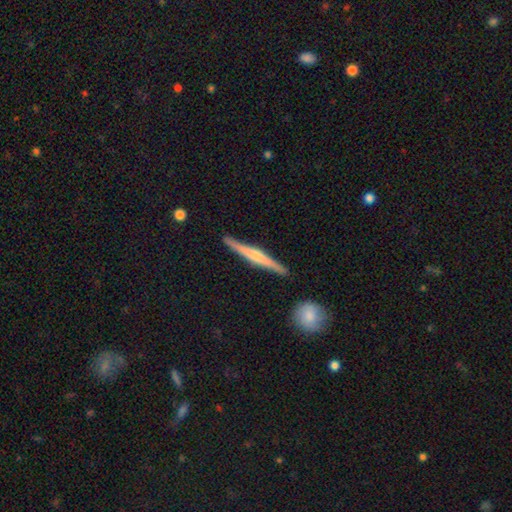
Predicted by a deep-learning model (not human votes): A featured or disk galaxy (62%) viewed edge-on (97%) with a rounded central bulge (55%). Merging: none (87%).